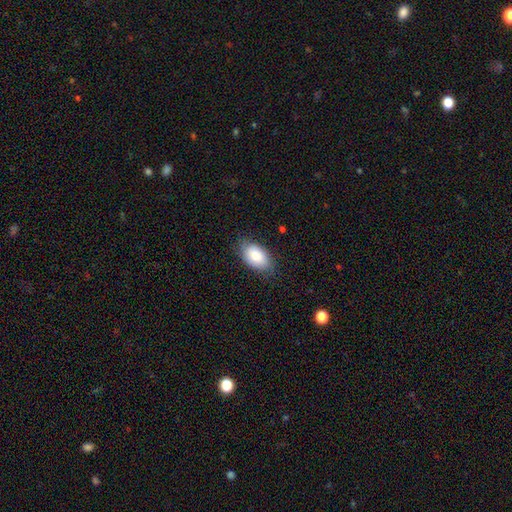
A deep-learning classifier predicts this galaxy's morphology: This appears to be a smooth galaxy with no disk features (84%) that is in between round and cigar-shaped (93%). Merging: none (76%).